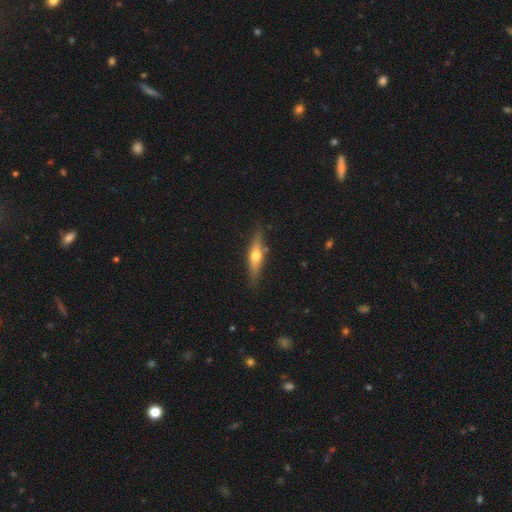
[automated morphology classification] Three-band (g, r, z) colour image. It shows a featured or disk galaxy (56%) viewed edge-on (92%) with a rounded central bulge (93%). Merging: none (85%).